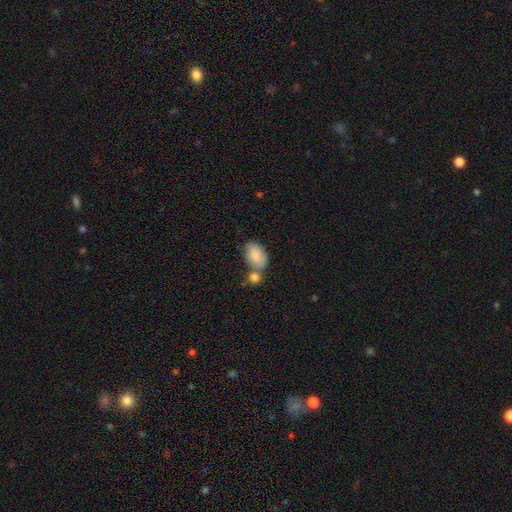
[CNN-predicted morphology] Smooth or featured?
  - smooth: 82% *
  - featured or disk: 11%
  - star or artifact: 7%
How rounded?
  - in between: 89% *
  - round: 10%
  - cigar-shaped: 1%
Merging?
  - merger: 39% *
  - none: 37%
  - minor disturbance: 17%
  - major disturbance: 6%